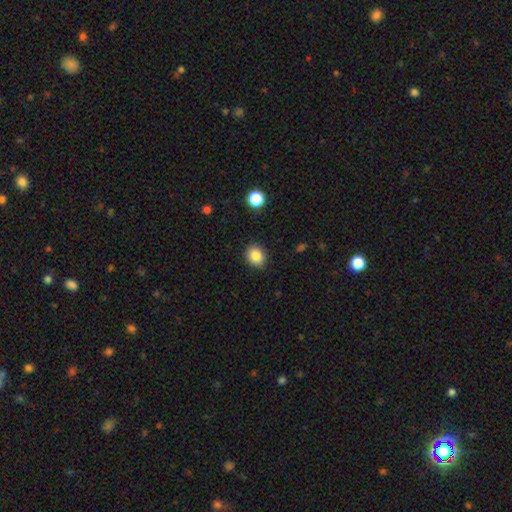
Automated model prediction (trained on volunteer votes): A smooth galaxy with no disk features (85%) that is round (65%).

Vote fractions:
- Smooth or featured? smooth: 85% / star or artifact: 10% / featured or disk: 5%
- How rounded? round: 65% / in between: 34% / cigar-shaped: 1%
- Merging? none: 89% / minor disturbance: 8% / major disturbance: 2% / merger: 1%